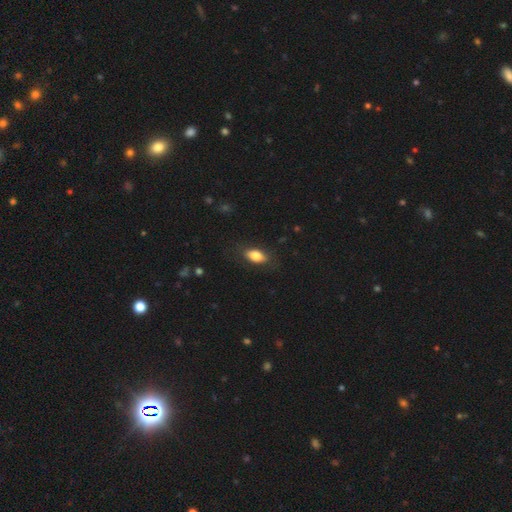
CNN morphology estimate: Smooth or featured?
  - smooth: 82% *
  - featured or disk: 11%
  - star or artifact: 7%
How rounded?
  - in between: 87% *
  - cigar-shaped: 7%
  - round: 6%
Merging?
  - none: 81% *
  - minor disturbance: 14%
  - major disturbance: 4%
  - merger: 1%